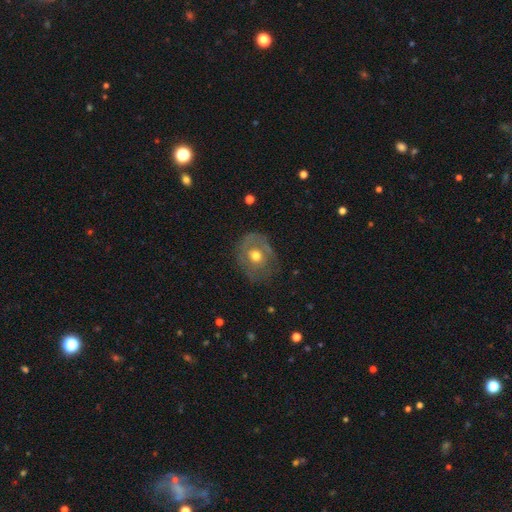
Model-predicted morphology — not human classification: type=featured or disk (52%); edge-on=no (95%); merging=none (63%).